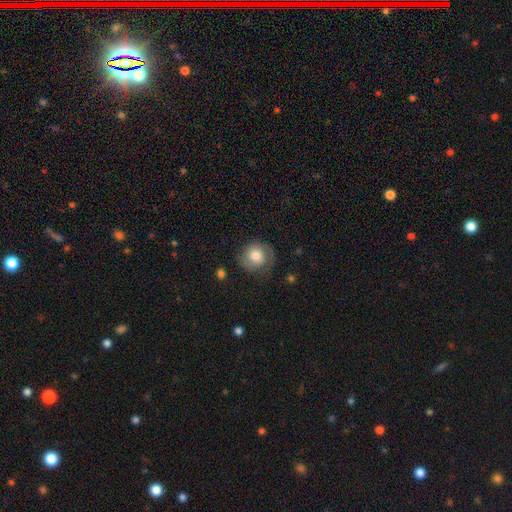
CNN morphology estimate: type=smooth (57%); roundness=round (85%); merging=none (67%).